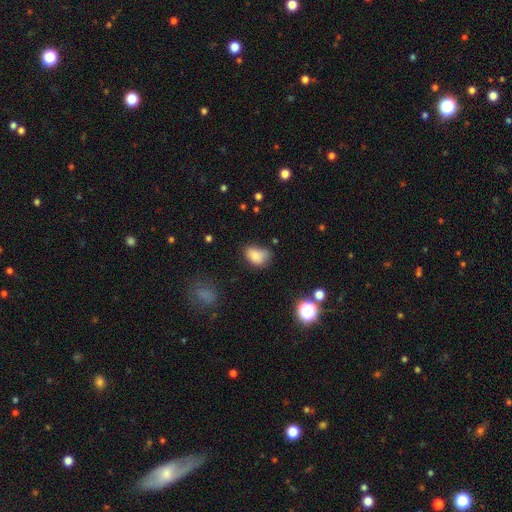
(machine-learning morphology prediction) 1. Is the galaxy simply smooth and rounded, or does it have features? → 79% smooth, 11% star or artifact, 10% featured or disk.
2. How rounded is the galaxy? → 81% in between, 18% round, 1% cigar-shaped.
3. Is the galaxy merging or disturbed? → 47% none, 36% minor disturbance, 12% major disturbance, 5% merger.